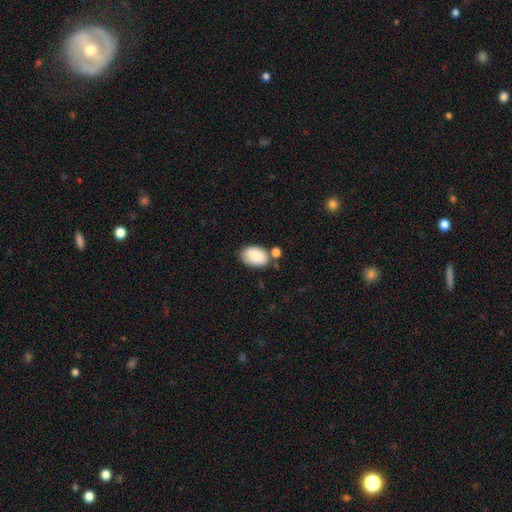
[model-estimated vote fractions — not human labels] smooth-or-featured: smooth: 87% | star or artifact: 7% | featured or disk: 6%
  how-rounded: in between: 91% | round: 8% | cigar-shaped: 1%
  merging: none: 61% | minor disturbance: 19% | merger: 15% | major disturbance: 5%